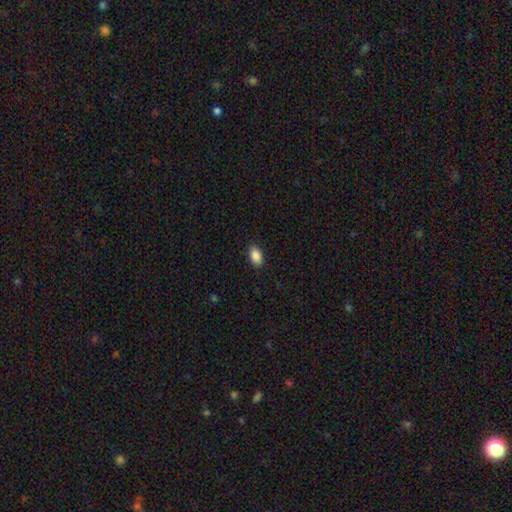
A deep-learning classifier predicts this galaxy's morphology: This appears to be a smooth galaxy with no disk features (89%) that is in between round and cigar-shaped (91%). Merging: none (89%).